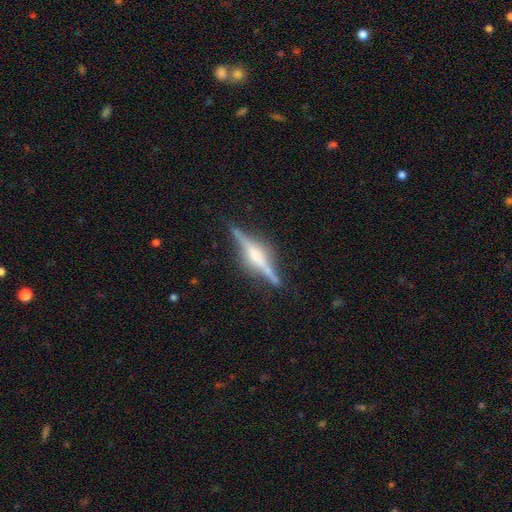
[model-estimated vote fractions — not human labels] Overall: featured or disk (82%). Edge-on disk: yes (97%). Edge-on bulge: rounded (75%). Merging: none (84%).